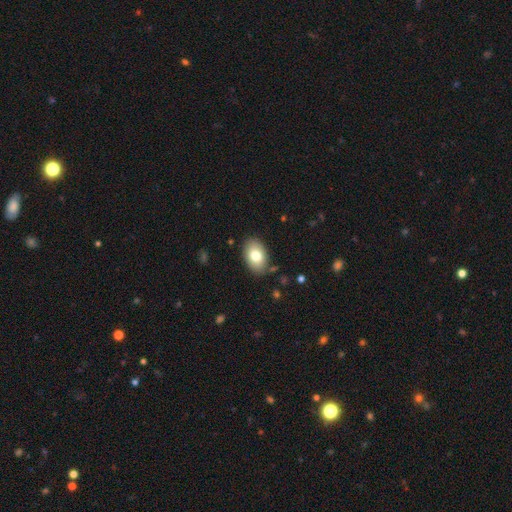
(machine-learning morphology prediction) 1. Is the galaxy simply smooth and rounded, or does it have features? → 78% smooth, 14% featured or disk, 8% star or artifact.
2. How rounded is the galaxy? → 88% in between, 11% round, 1% cigar-shaped.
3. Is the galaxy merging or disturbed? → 85% none, 11% minor disturbance, 2% major disturbance, 2% merger.